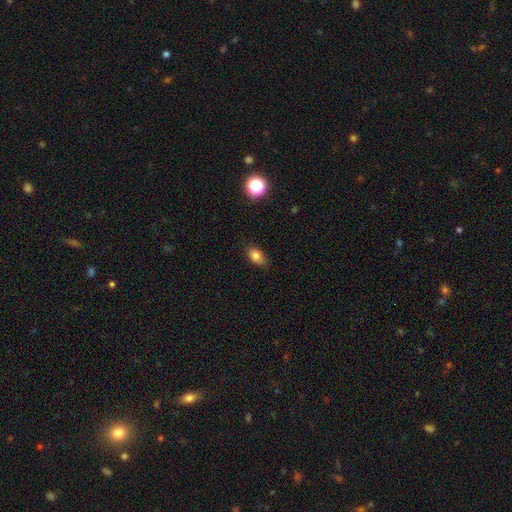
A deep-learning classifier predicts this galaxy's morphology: Smooth or featured? smooth (80%)
How rounded? in between (83%)
Merging? none (81%)